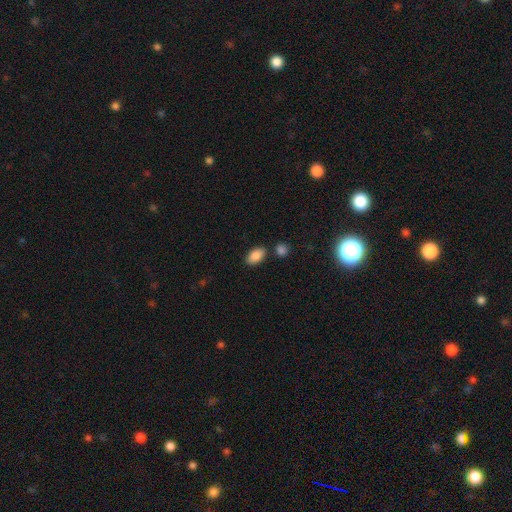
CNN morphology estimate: smooth-or-featured: smooth: 88% | star or artifact: 7% | featured or disk: 5%
  how-rounded: in between: 93% | round: 5% | cigar-shaped: 2%
  merging: none: 79% | minor disturbance: 10% | merger: 8% | major disturbance: 3%